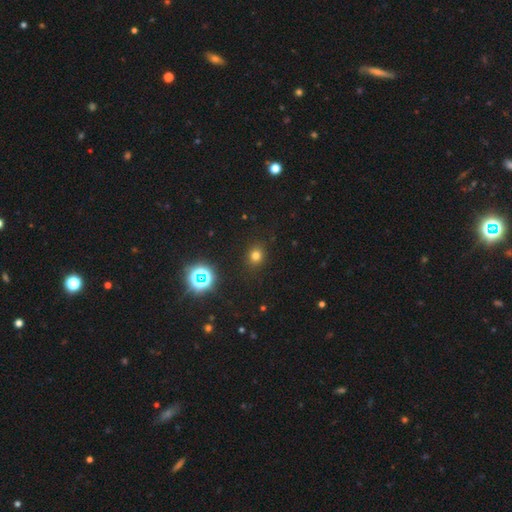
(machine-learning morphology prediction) The model was most divided on "smooth or featured": smooth: 73%, star or artifact: 20%, featured or disk: 6%. More confident: merging — none (88%); how rounded — round (76%).